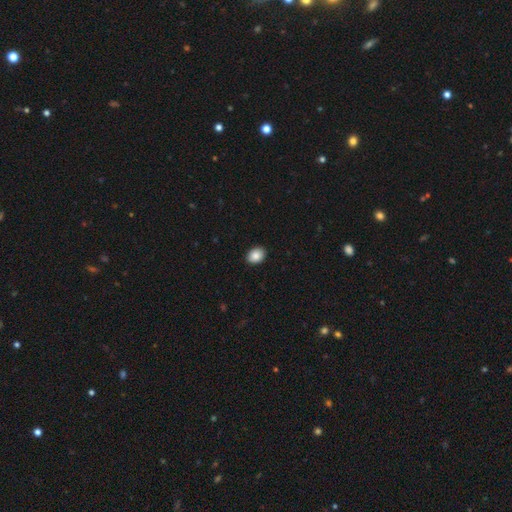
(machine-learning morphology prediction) smooth 87%, star or artifact 8%, featured or disk 5%. Down the decision tree: how rounded — in between (68%); merging — none (91%).